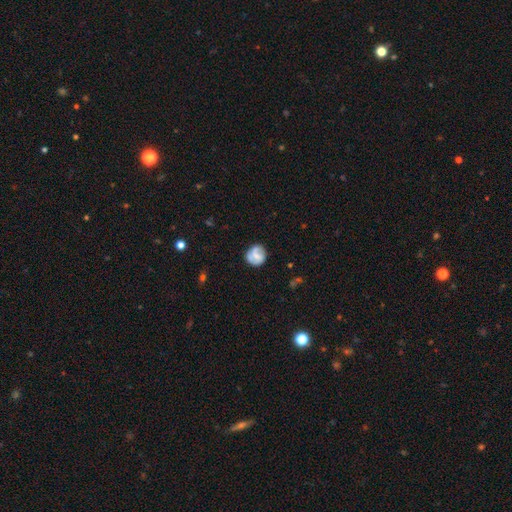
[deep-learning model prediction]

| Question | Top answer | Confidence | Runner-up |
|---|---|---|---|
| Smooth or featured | smooth | 47% | featured or disk (45%) |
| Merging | none | 68% | minor disturbance (21%) |